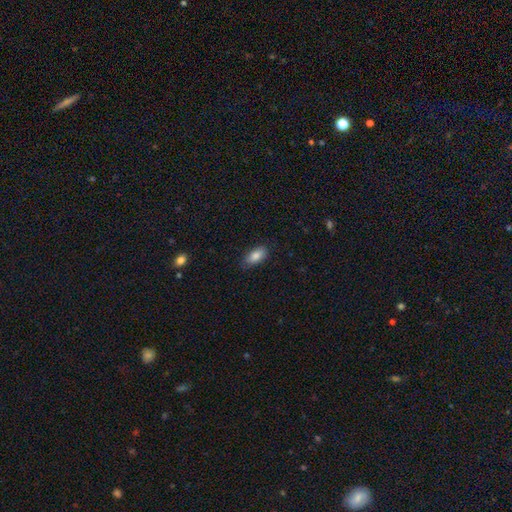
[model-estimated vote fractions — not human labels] This appears to be a smooth galaxy with no disk features (86%) that is in between round and cigar-shaped (91%). Merging: none (83%).